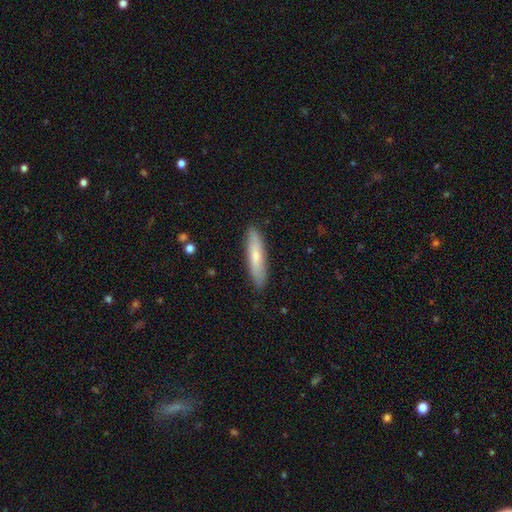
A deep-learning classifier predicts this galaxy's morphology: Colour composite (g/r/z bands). It shows a smooth galaxy with no disk features (67%) that is cigar-shaped (81%). Merging: none (88%).